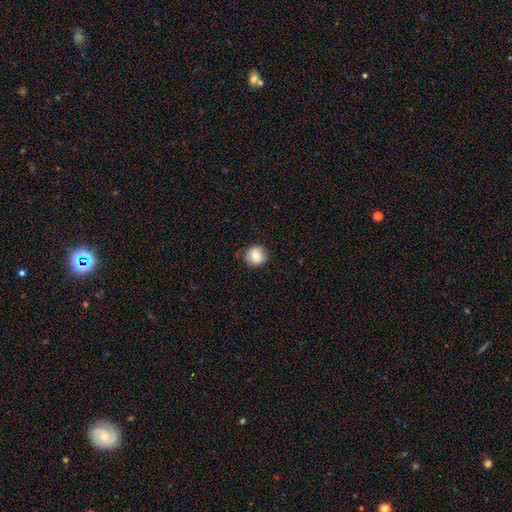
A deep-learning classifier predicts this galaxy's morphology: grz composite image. It shows a smooth galaxy with no disk features (78%) that is round (92%). Merging: none (82%).